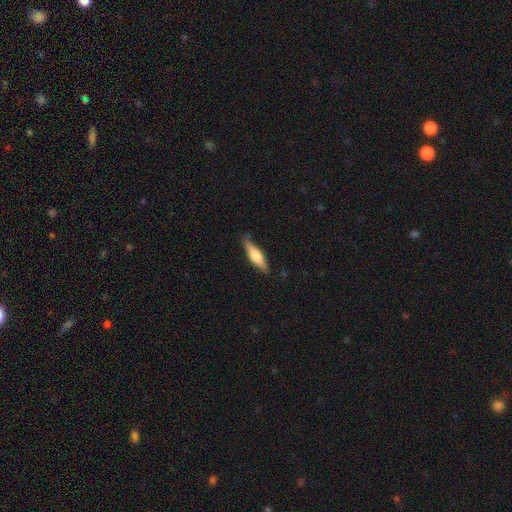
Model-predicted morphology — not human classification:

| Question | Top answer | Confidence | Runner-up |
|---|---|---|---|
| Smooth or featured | featured or disk | 48% | smooth (47%) |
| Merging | none | 81% | minor disturbance (15%) |